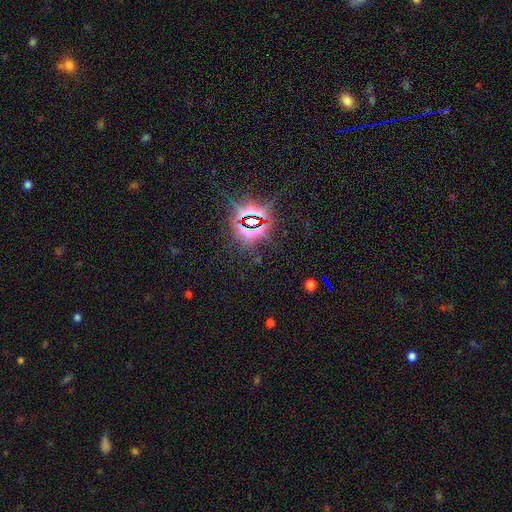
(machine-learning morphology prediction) smooth_or_featured: star or artifact (p=0.86) [alt: smooth p=0.07]